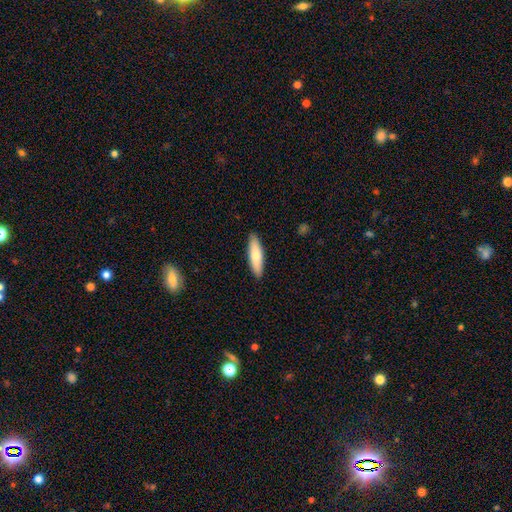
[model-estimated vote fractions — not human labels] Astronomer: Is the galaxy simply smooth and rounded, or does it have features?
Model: smooth — 74%.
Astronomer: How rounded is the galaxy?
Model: cigar-shaped — 65%.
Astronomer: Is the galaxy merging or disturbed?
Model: none — 90%.